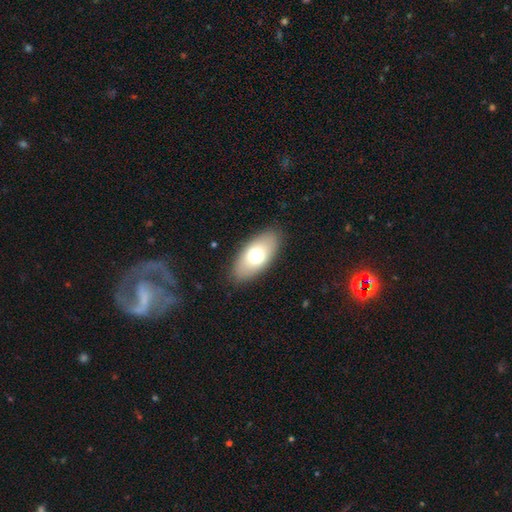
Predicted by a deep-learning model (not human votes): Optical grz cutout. It shows a smooth galaxy with no disk features (69%) that is in between round and cigar-shaped (92%). Merging: none (87%).